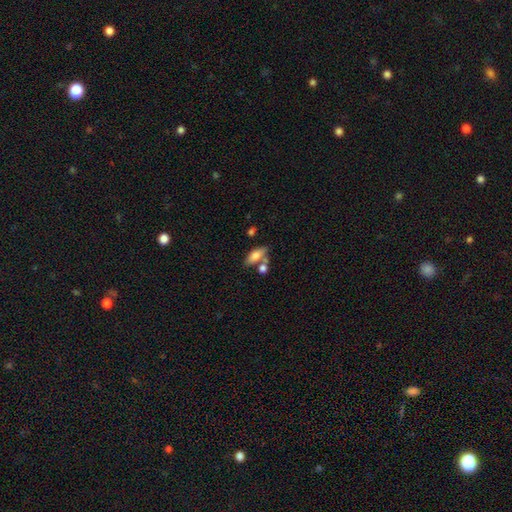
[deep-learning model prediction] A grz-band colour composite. It shows a smooth galaxy with no disk features (76%) that is in between round and cigar-shaped (81%). Merging: none (56%).